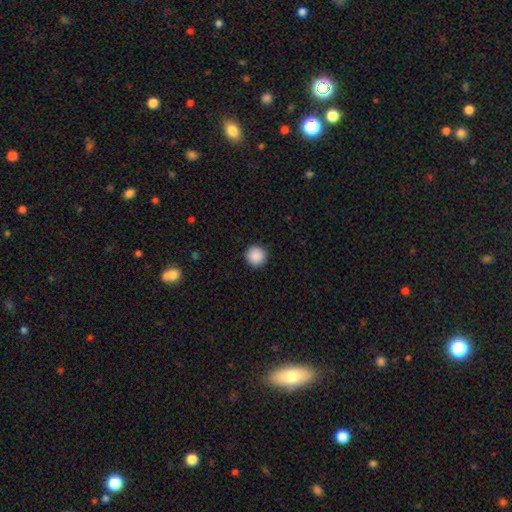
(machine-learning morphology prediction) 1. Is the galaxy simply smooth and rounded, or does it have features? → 89% smooth, 8% star or artifact, 2% featured or disk.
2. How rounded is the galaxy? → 96% round, 3% in between, 1% cigar-shaped.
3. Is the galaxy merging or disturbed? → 93% none, 4% minor disturbance, 2% major disturbance, 1% merger.